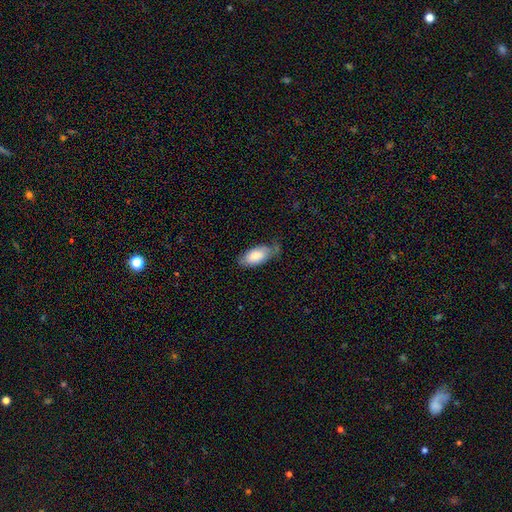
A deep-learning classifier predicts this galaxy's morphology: Q: Smooth or featured?
A: smooth (79%); runner-up: featured or disk (15%)
Q: How rounded?
A: in between (92%); runner-up: cigar-shaped (6%)
Q: Merging?
A: none (54%); runner-up: minor disturbance (34%)